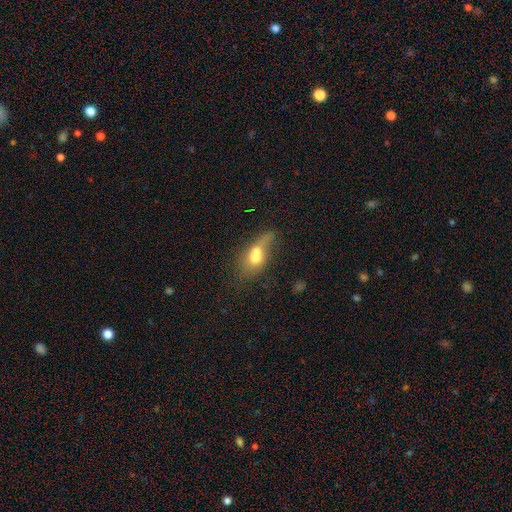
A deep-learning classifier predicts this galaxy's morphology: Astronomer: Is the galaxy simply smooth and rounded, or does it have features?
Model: smooth — 60%.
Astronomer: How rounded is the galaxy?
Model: in between — 56% (runner-up: round, 33%).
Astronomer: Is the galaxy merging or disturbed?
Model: merger — 62%.